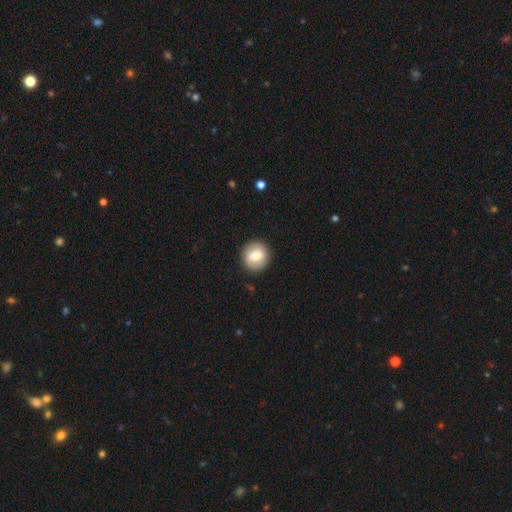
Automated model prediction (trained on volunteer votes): This appears to be a smooth galaxy with no disk features (69%) that is round (90%). Merging: none (88%).